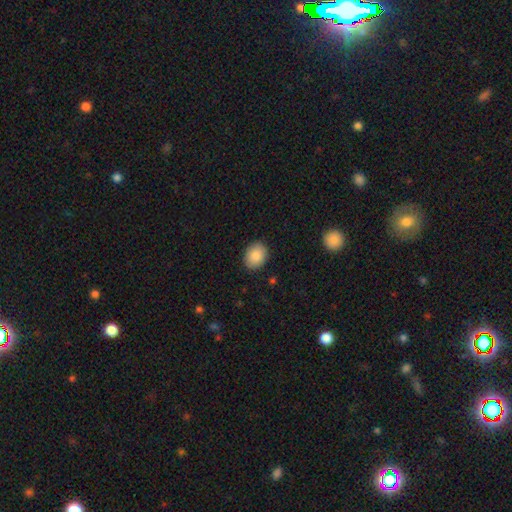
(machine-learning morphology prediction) Smooth or featured: smooth — 87% (star or artifact — 7%)
How rounded: in between — 59% (round — 40%)
Merging: none — 89% (minor disturbance — 8%)